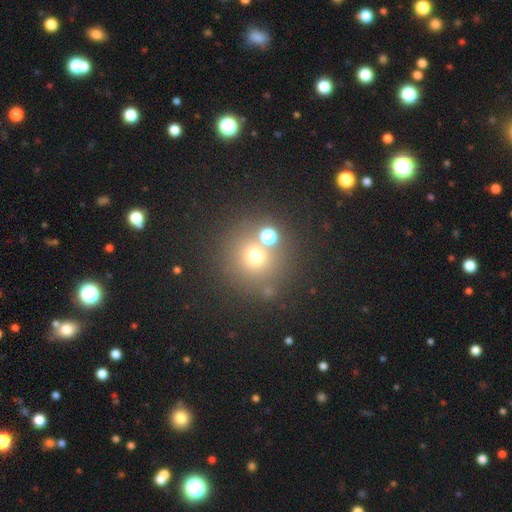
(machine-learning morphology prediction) Smooth or featured? Predicted: smooth (p=0.64). How rounded? Predicted: round (p=0.92). Merging? Predicted: none (p=0.70).